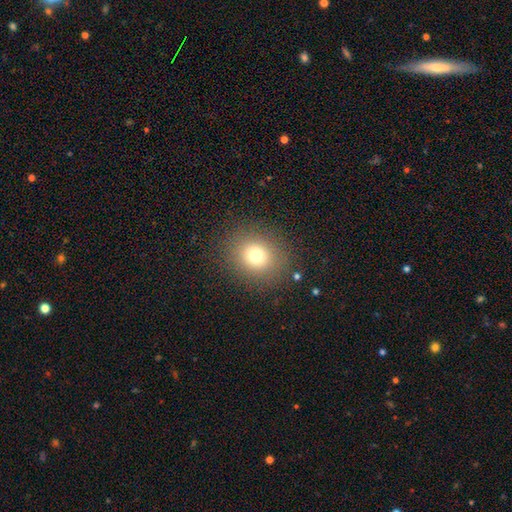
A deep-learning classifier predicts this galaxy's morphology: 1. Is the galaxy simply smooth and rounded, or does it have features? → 74% smooth, 16% star or artifact, 10% featured or disk.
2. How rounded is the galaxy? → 78% round, 21% in between, 1% cigar-shaped.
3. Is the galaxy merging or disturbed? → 87% none, 8% minor disturbance, 4% major disturbance, 1% merger.